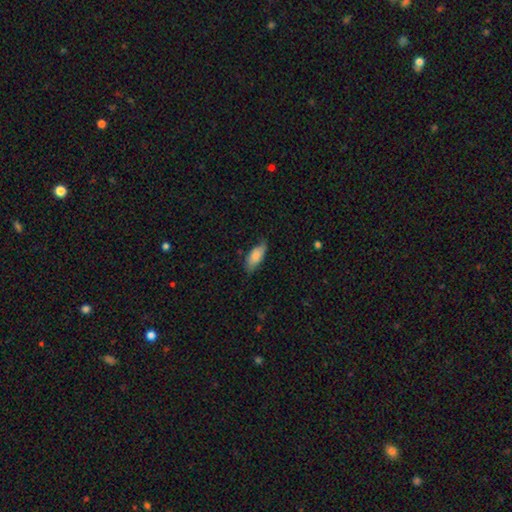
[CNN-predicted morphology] Smooth or featured? smooth (79%)
How rounded? in between (83%)
Merging? none (71%)